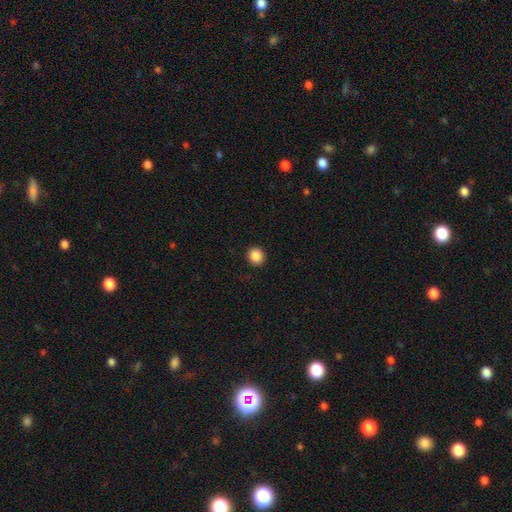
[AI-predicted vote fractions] Overall: smooth (88%). How rounded: round (83%). Merging: none (92%).